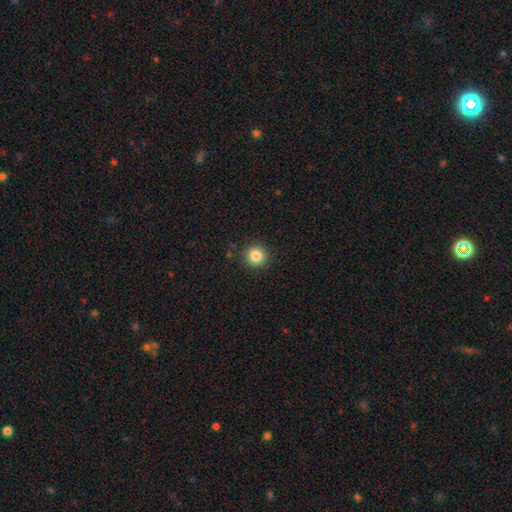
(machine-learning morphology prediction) A smooth galaxy with no disk features (85%) that is round (93%). Merging: none (91%).